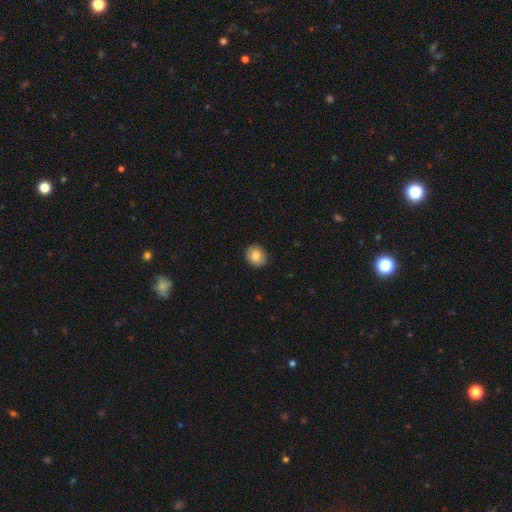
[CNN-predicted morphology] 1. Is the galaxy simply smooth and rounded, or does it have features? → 79% smooth, 13% featured or disk, 8% star or artifact.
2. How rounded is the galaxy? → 70% round, 29% in between, 1% cigar-shaped.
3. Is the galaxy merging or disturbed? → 88% none, 9% minor disturbance, 2% major disturbance, 1% merger.